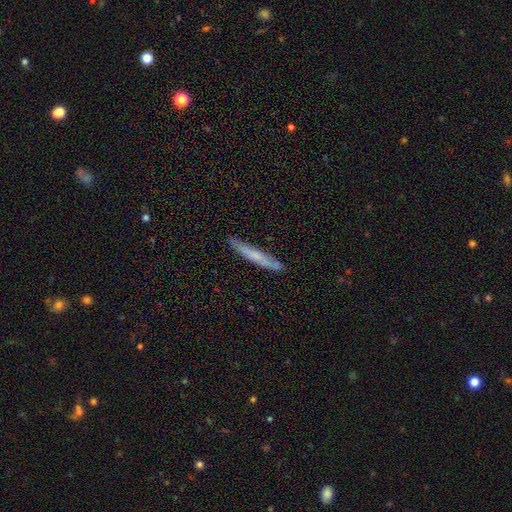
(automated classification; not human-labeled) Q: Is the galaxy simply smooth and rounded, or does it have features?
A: smooth — 56%.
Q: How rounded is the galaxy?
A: cigar-shaped — 95%.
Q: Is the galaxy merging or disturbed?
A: none — 85%.